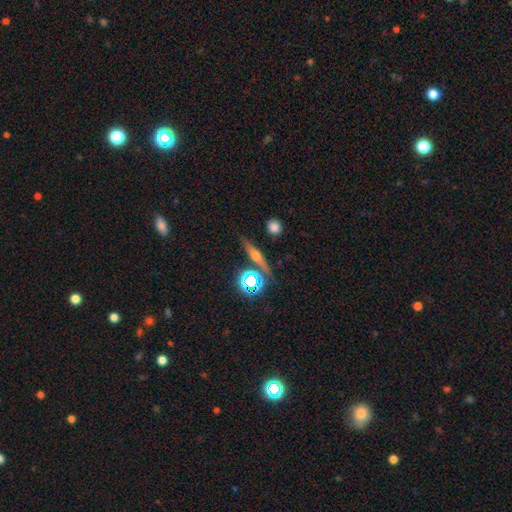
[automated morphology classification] Smooth or featured? featured or disk (53%)
Edge-on disk? yes (92%)
Merging? none (83%)